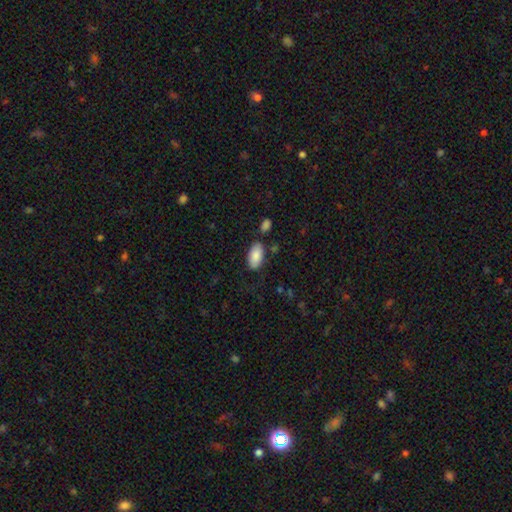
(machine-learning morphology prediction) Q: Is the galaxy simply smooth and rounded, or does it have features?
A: smooth — 87%.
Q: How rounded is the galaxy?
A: in between — 94%.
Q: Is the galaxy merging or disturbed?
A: none — 76%.